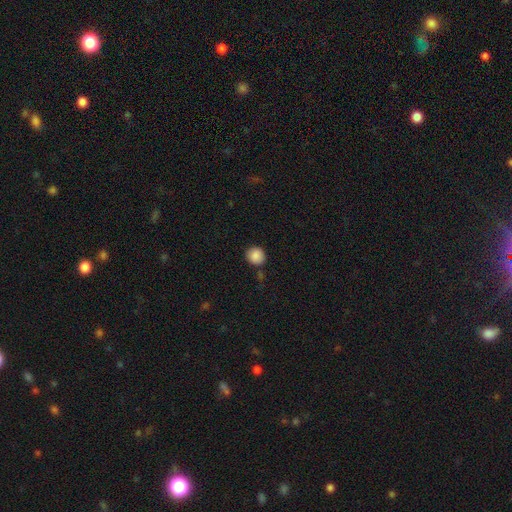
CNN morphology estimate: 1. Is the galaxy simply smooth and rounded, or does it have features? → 88% smooth, 9% star or artifact, 3% featured or disk.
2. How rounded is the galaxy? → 89% round, 10% in between, 1% cigar-shaped.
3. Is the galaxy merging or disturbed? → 83% none, 10% minor disturbance, 4% merger, 3% major disturbance.